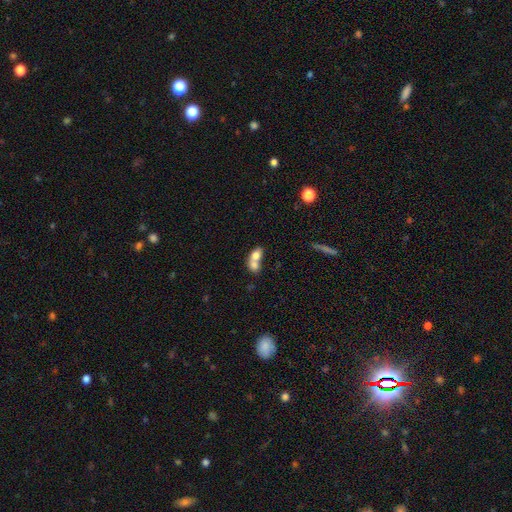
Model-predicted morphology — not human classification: smooth 72%, featured or disk 20%, star or artifact 9%. Down the decision tree: how rounded — in between (65%); merging — merger (76%).